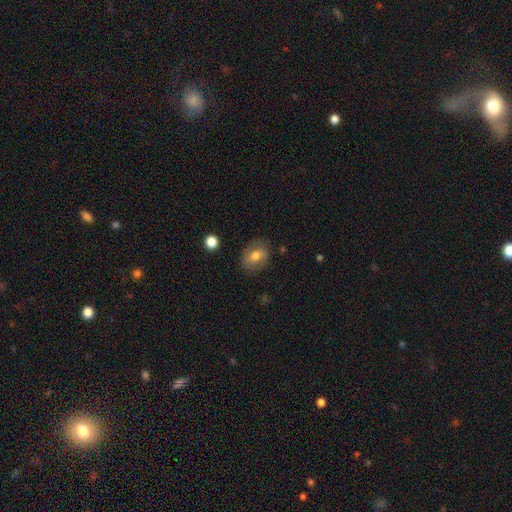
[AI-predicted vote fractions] smooth_or_featured: smooth (p=0.61) [alt: featured or disk p=0.30]
how_rounded: in between (p=0.57) [alt: round p=0.42]
merging: none (p=0.79) [alt: minor disturbance p=0.15]